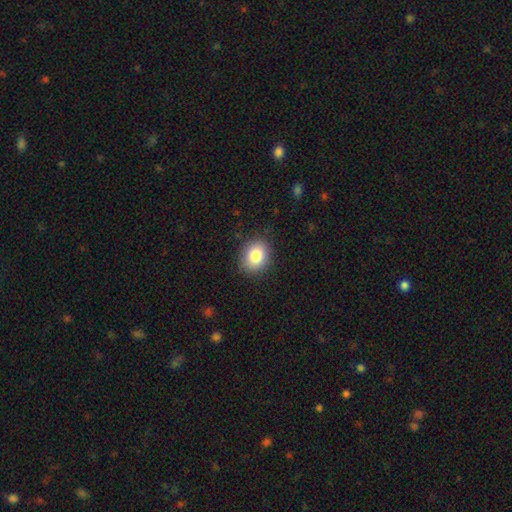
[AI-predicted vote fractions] A smooth galaxy with no disk features (84%) that is in between round and cigar-shaped (54%).

Vote fractions:
- Smooth or featured? smooth: 84% / star or artifact: 9% / featured or disk: 7%
- How rounded? in between: 54% / round: 45% / cigar-shaped: 1%
- Merging? none: 87% / minor disturbance: 10% / major disturbance: 3% / merger: 1%